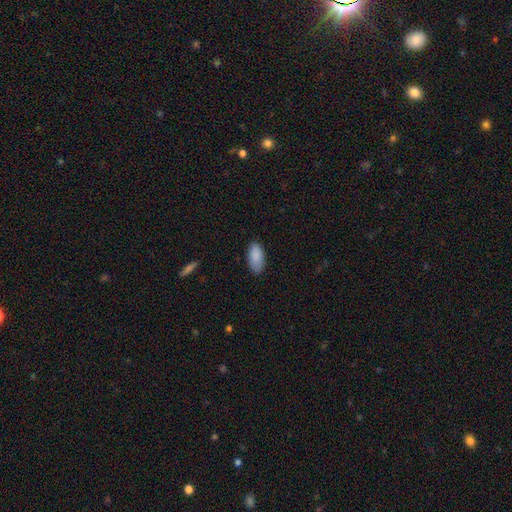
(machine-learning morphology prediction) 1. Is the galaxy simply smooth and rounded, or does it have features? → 89% smooth, 6% star or artifact, 5% featured or disk.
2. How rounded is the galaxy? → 93% in between, 5% cigar-shaped, 2% round.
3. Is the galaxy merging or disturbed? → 80% none, 16% minor disturbance, 3% major disturbance, 1% merger.